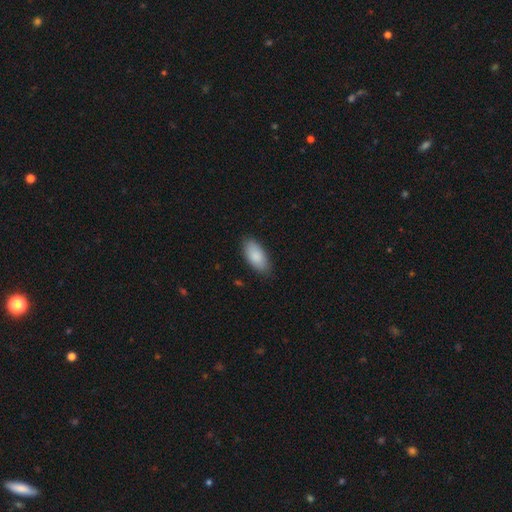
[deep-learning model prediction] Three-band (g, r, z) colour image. It shows a smooth galaxy with no disk features (88%) that is in between round and cigar-shaped (91%). Merging: none (84%).